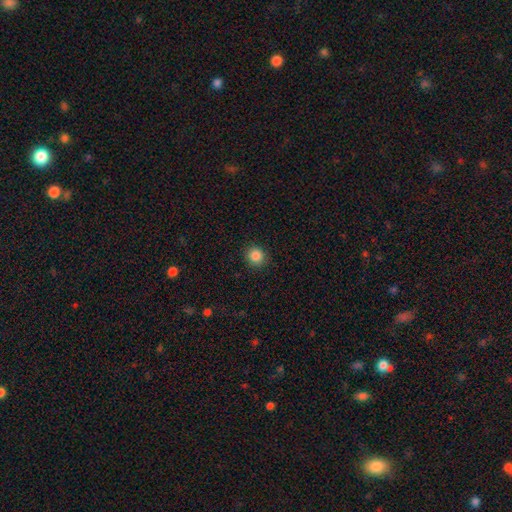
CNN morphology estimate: A smooth galaxy with no disk features (86%) that is round (91%).

Vote fractions:
- Smooth or featured? smooth: 86% / star or artifact: 11% / featured or disk: 4%
- How rounded? round: 91% / in between: 8% / cigar-shaped: 1%
- Merging? none: 91% / minor disturbance: 6% / major disturbance: 2% / merger: 1%